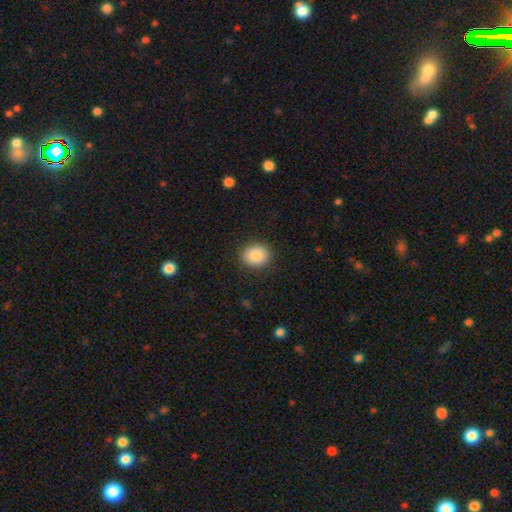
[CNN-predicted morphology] Overall: smooth (87%). How rounded: round (64%; in between 35%). Merging: none (89%).